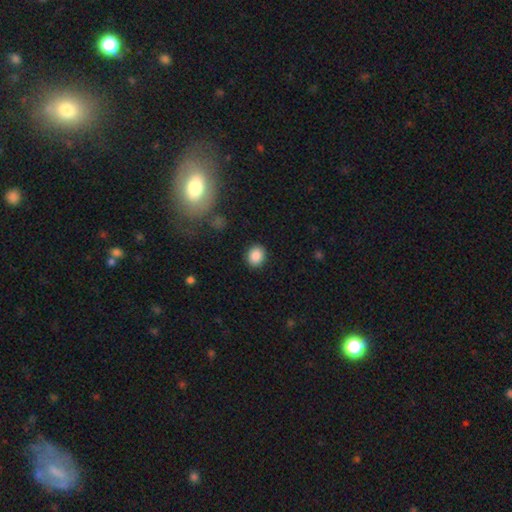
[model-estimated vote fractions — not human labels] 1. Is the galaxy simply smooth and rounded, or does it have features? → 87% smooth, 9% star or artifact, 4% featured or disk.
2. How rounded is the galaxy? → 64% round, 35% in between, 1% cigar-shaped.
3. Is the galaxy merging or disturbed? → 89% none, 8% minor disturbance, 2% major disturbance, 1% merger.